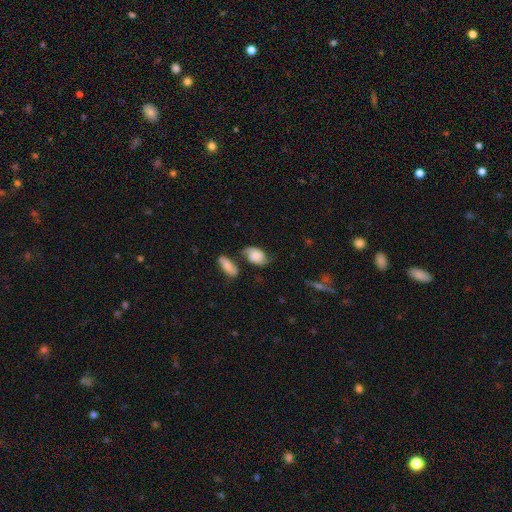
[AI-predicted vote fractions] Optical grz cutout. It shows a smooth galaxy with no disk features (46%). Merging: none (45%).